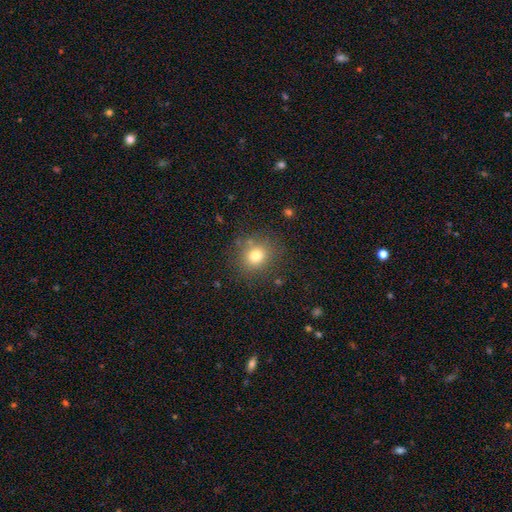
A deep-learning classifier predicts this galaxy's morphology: Smooth or featured?
  - smooth: 77% *
  - star or artifact: 14%
  - featured or disk: 9%
How rounded?
  - round: 78% *
  - in between: 21%
  - cigar-shaped: 1%
Merging?
  - none: 82% *
  - minor disturbance: 11%
  - major disturbance: 4%
  - merger: 3%